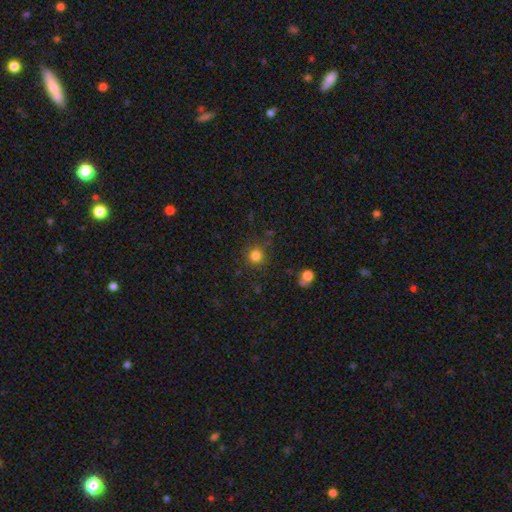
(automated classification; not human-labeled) smooth-or-featured: smooth: 81% | star or artifact: 14% | featured or disk: 5%
  how-rounded: round: 93% | in between: 6% | cigar-shaped: 1%
  merging: none: 84% | minor disturbance: 9% | major disturbance: 4% | merger: 3%